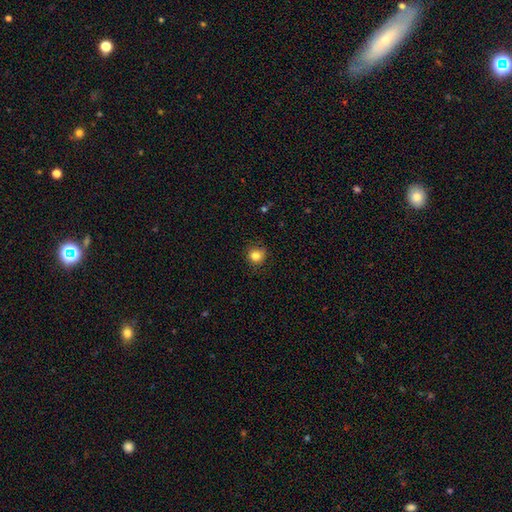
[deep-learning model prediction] smooth_or_featured: smooth (p=0.83) [alt: star or artifact p=0.11]
how_rounded: round (p=0.91) [alt: in between p=0.08]
merging: none (p=0.80) [alt: minor disturbance p=0.15]